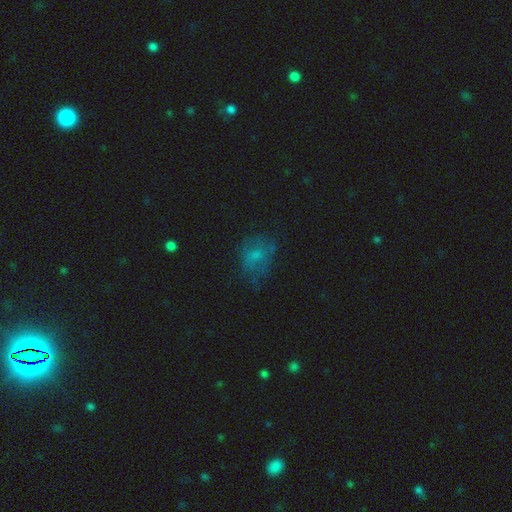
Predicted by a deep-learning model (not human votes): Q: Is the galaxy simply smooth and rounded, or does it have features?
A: smooth — 52%.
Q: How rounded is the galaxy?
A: in between — 57%.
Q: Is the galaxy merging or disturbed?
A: none — 51%.